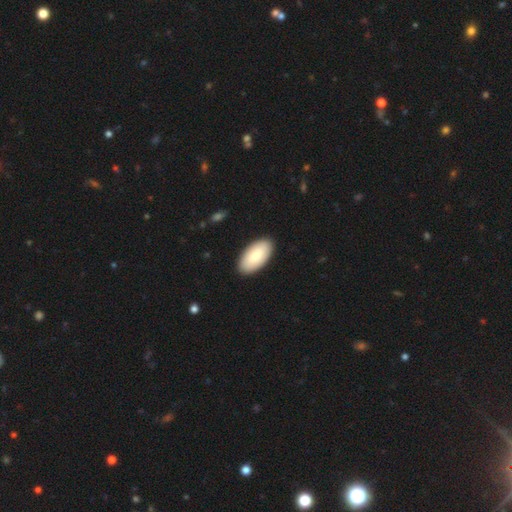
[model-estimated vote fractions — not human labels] A smooth galaxy with no disk features (80%) that is in between round and cigar-shaped (95%).

Vote fractions:
- Smooth or featured? smooth: 80% / featured or disk: 15% / star or artifact: 5%
- How rounded? in between: 95% / cigar-shaped: 3% / round: 2%
- Merging? none: 90% / minor disturbance: 7% / major disturbance: 2% / merger: 1%